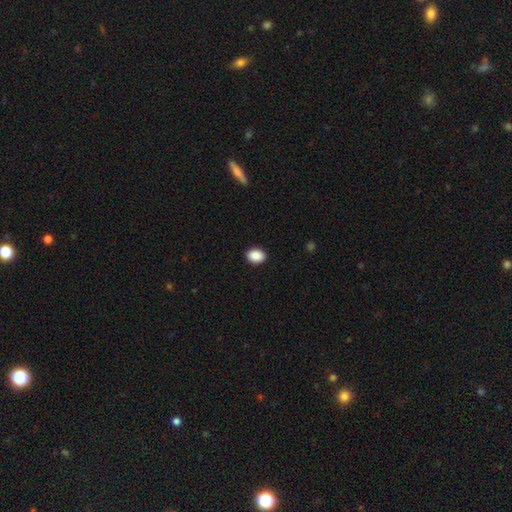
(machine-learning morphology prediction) Overall: smooth (90%). How rounded: in between (74%). Merging: none (91%).